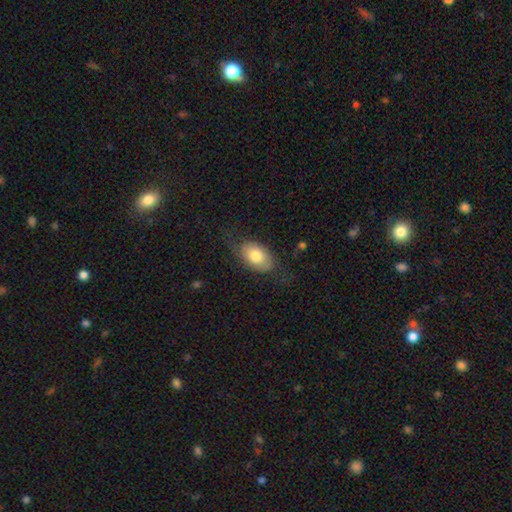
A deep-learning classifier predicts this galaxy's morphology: smooth_or_featured: smooth (p=0.65) [alt: featured or disk p=0.28]
how_rounded: in between (p=0.89) [alt: round p=0.09]
merging: none (p=0.61) [alt: minor disturbance p=0.22]